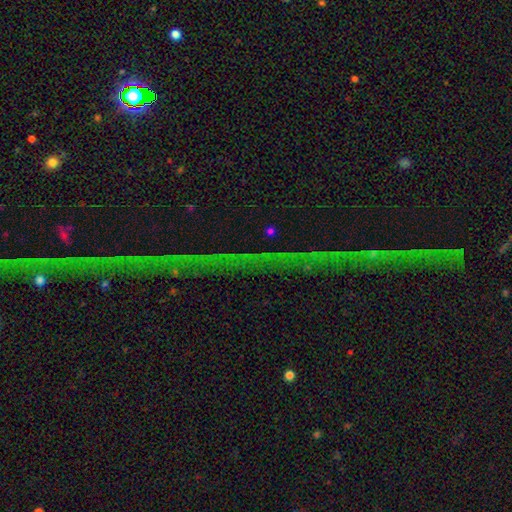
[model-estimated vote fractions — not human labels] Smooth or featured? Predicted: star or artifact (p=0.74).